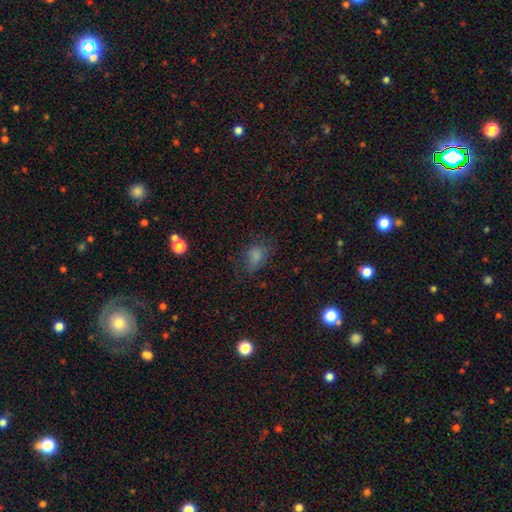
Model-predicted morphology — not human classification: type=smooth (77%); roundness=in between (71%); merging=none (59%).